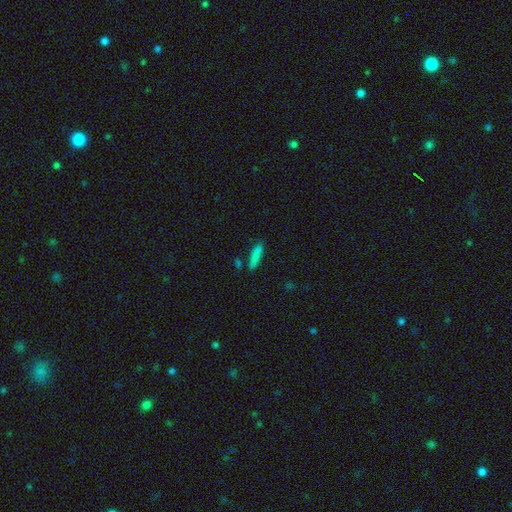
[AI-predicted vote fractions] smooth_or_featured: smooth (p=0.84) [alt: star or artifact p=0.09]
how_rounded: cigar-shaped (p=0.73) [alt: in between p=0.25]
merging: none (p=0.77) [alt: minor disturbance p=0.14]